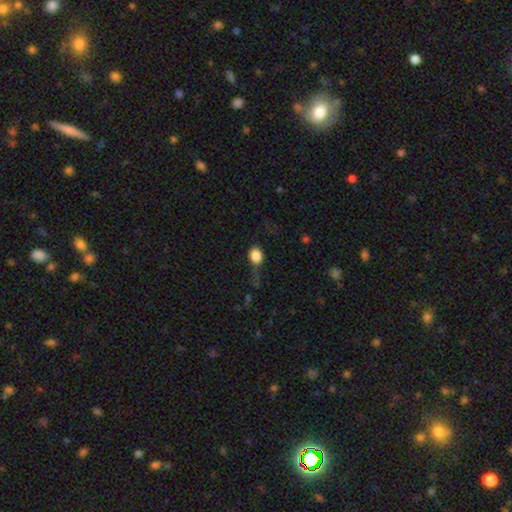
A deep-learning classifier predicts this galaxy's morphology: Q: Smooth or featured?
A: smooth (82%); runner-up: star or artifact (10%)
Q: How rounded?
A: round (57%); runner-up: in between (40%)
Q: Merging?
A: none (40%); runner-up: major disturbance (28%)